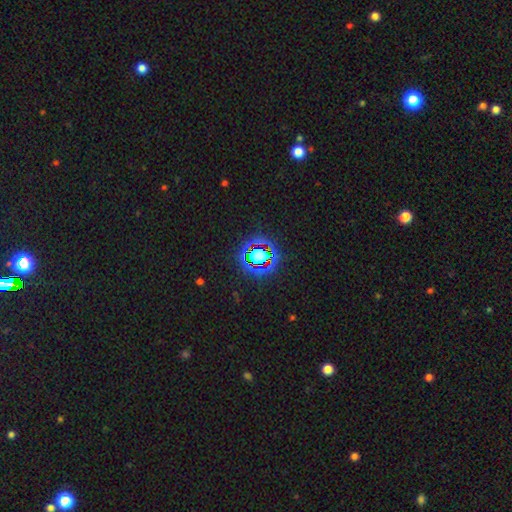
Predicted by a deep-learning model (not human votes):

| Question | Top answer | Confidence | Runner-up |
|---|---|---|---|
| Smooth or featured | star or artifact | 67% | smooth (22%) |